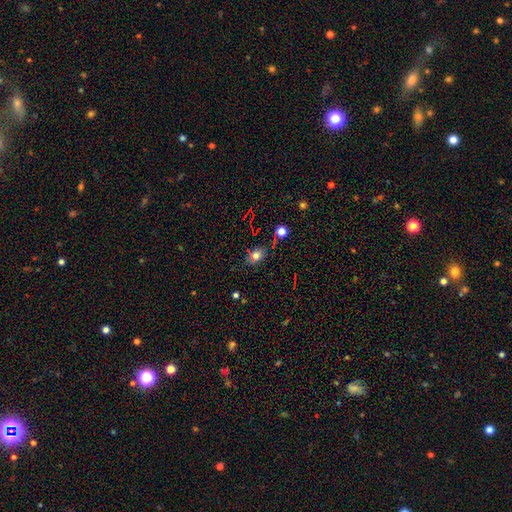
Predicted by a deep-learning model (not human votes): A smooth galaxy with no disk features (64%) that is in between round and cigar-shaped (67%).

Vote fractions:
- Smooth or featured? smooth: 64% / star or artifact: 25% / featured or disk: 11%
- How rounded? in between: 67% / round: 30% / cigar-shaped: 3%
- Merging? none: 77% / minor disturbance: 14% / merger: 5% / major disturbance: 4%